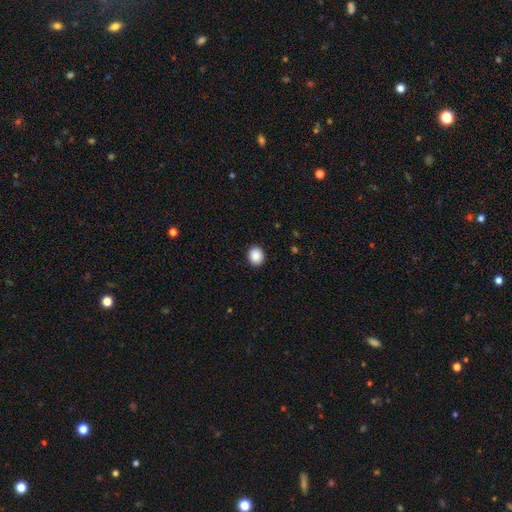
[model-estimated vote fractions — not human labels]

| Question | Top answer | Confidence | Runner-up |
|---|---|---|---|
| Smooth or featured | smooth | 89% | star or artifact (8%) |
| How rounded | round | 69% | in between (30%) |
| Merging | none | 92% | minor disturbance (6%) |